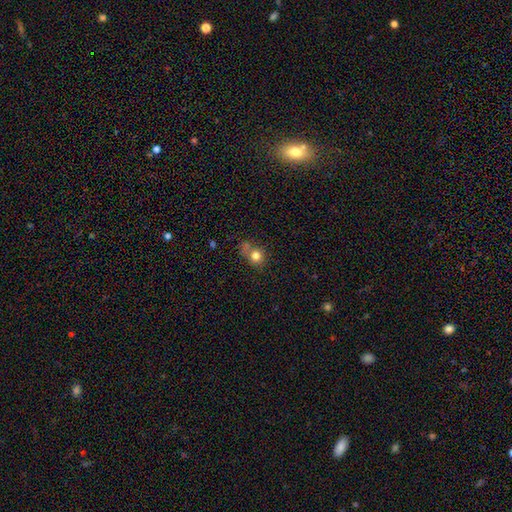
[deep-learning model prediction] A smooth galaxy with no disk features (79%) that is round (81%).

Vote fractions:
- Smooth or featured? smooth: 79% / star or artifact: 12% / featured or disk: 9%
- How rounded? round: 81% / in between: 18% / cigar-shaped: 1%
- Merging? none: 51% / merger: 23% / minor disturbance: 18% / major disturbance: 8%